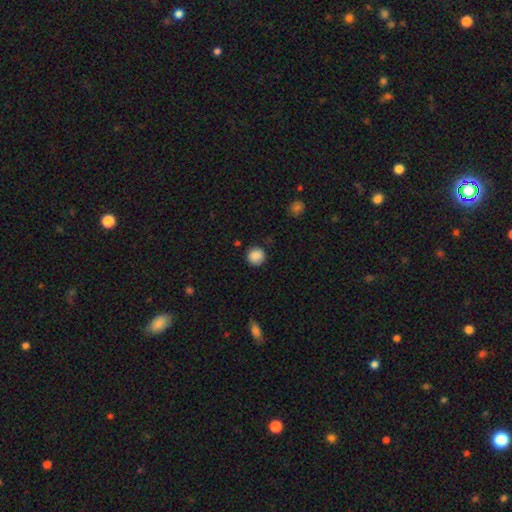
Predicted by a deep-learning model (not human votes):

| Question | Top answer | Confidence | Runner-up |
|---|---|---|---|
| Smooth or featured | smooth | 88% | star or artifact (9%) |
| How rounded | round | 93% | in between (6%) |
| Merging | none | 87% | minor disturbance (9%) |